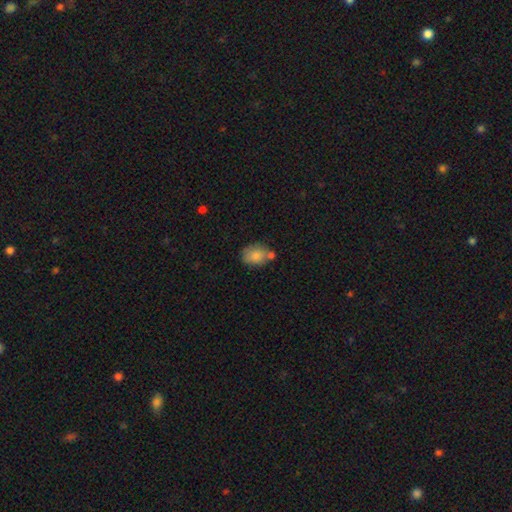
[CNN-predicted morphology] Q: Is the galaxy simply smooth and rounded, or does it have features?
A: smooth — 81%.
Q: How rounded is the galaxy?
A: in between — 64%.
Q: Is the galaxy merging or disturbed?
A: none — 53%.